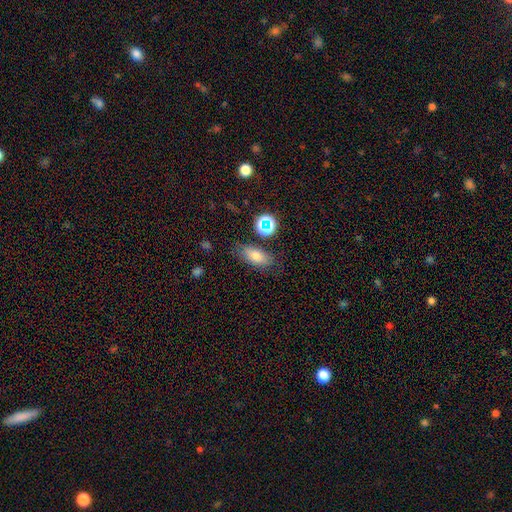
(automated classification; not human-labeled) smooth_or_featured: smooth (p=0.73) [alt: star or artifact p=0.14]
how_rounded: in between (p=0.78) [alt: cigar-shaped p=0.14]
merging: none (p=0.76) [alt: minor disturbance p=0.15]